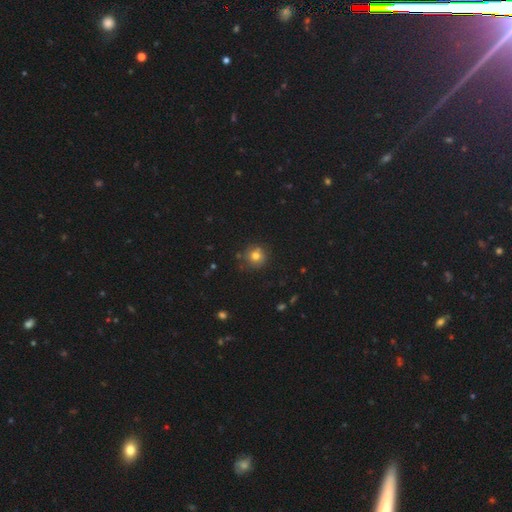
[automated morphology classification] smooth-or-featured: smooth: 76% | star or artifact: 13% | featured or disk: 11%
  how-rounded: round: 91% | in between: 8% | cigar-shaped: 1%
  merging: none: 78% | minor disturbance: 15% | major disturbance: 4% | merger: 3%